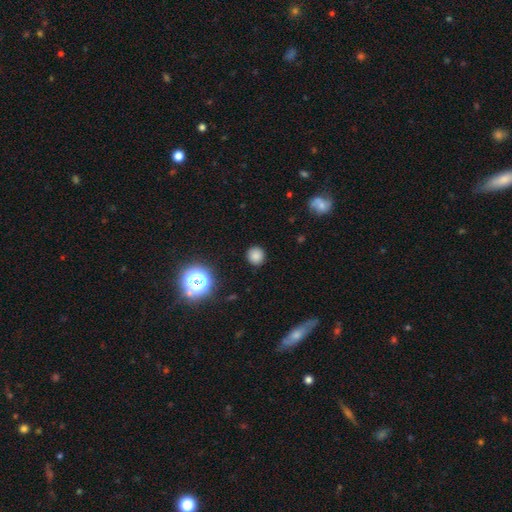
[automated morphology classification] Smooth or featured?
  - smooth: 81% *
  - star or artifact: 15%
  - featured or disk: 4%
How rounded?
  - round: 89% *
  - in between: 10%
  - cigar-shaped: 1%
Merging?
  - none: 89% *
  - minor disturbance: 7%
  - major disturbance: 2%
  - merger: 1%